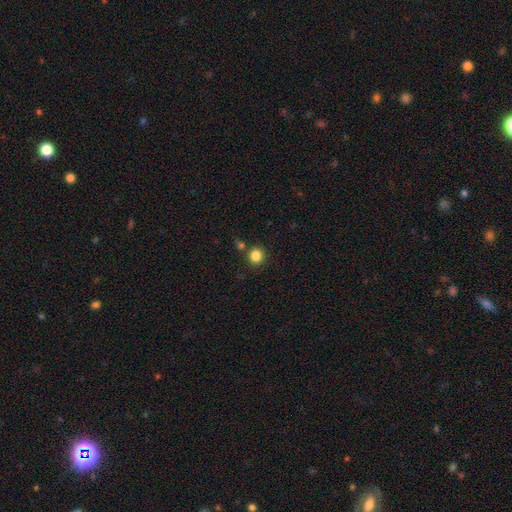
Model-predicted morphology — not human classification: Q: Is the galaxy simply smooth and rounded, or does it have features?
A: smooth — 84%.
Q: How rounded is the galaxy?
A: round — 87%.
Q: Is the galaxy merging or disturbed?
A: none — 79%.